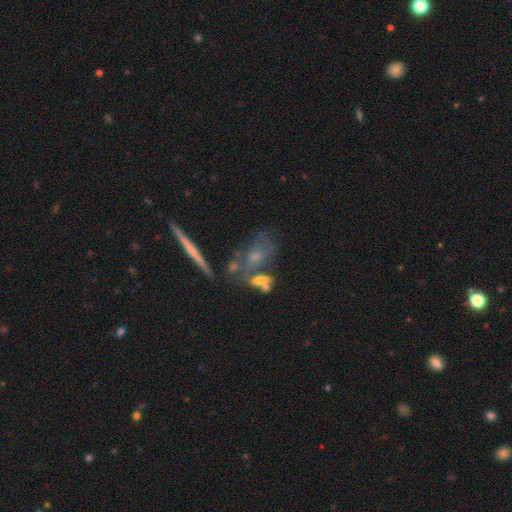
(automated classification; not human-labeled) This appears to be a featured or disk galaxy (44%). Merging: none (43%).